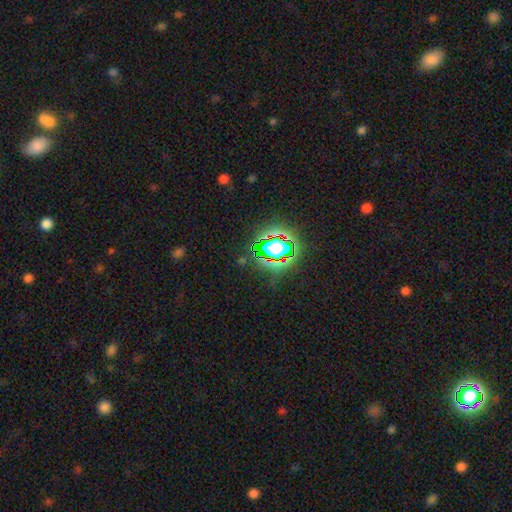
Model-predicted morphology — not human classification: Smooth or featured?
  - star or artifact: 80% *
  - smooth: 13%
  - featured or disk: 8%